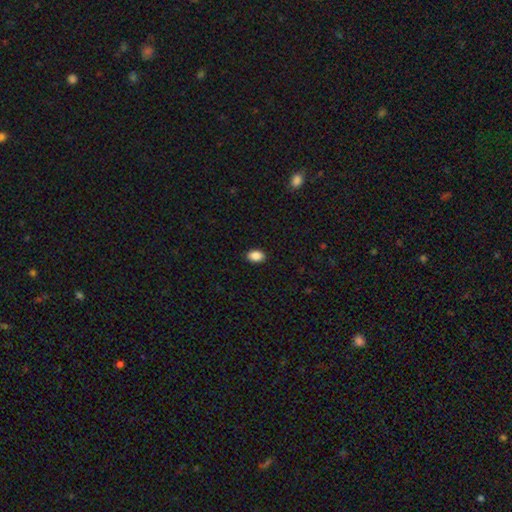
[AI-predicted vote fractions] A smooth galaxy with no disk features (89%) that is in between round and cigar-shaped (83%).

Vote fractions:
- Smooth or featured? smooth: 89% / star or artifact: 8% / featured or disk: 3%
- How rounded? in between: 83% / round: 16% / cigar-shaped: 1%
- Merging? none: 90% / minor disturbance: 7% / major disturbance: 2% / merger: 1%